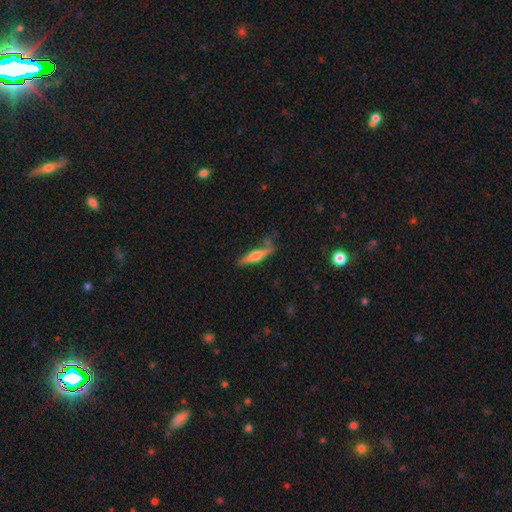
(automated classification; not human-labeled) The model was most divided on "smooth or featured": featured or disk: 57%, smooth: 37%, star or artifact: 6%. More confident: edge-on disk — yes (95%); edge-on bulge — rounded (88%); merging — none (70%).